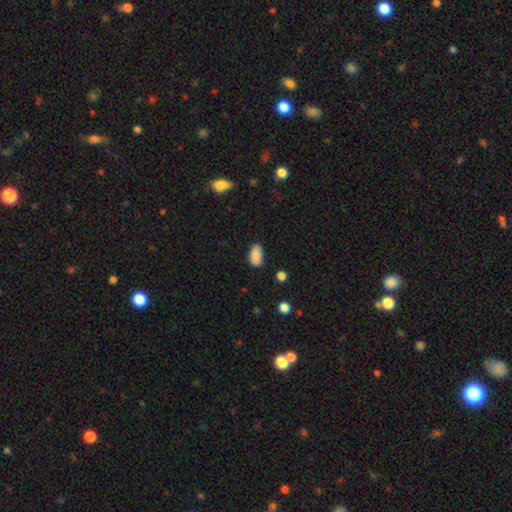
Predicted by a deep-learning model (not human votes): The model was most divided on "merging": none: 72%, minor disturbance: 22%, major disturbance: 4%, merger: 2%. More confident: how rounded — in between (92%); smooth or featured — smooth (87%).